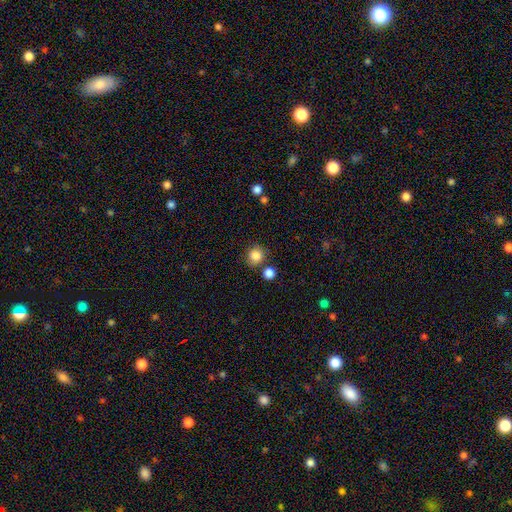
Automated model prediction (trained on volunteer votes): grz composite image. It shows a smooth galaxy with no disk features (85%) that is round (88%). Merging: none (74%).